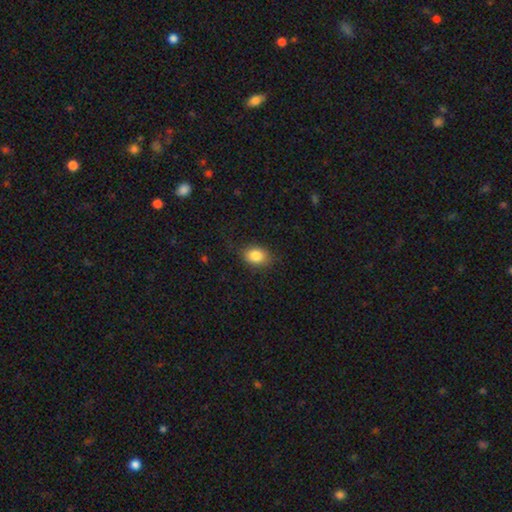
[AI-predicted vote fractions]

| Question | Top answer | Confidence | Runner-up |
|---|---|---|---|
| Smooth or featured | smooth | 84% | star or artifact (9%) |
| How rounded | in between | 63% | round (36%) |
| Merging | none | 79% | minor disturbance (15%) |